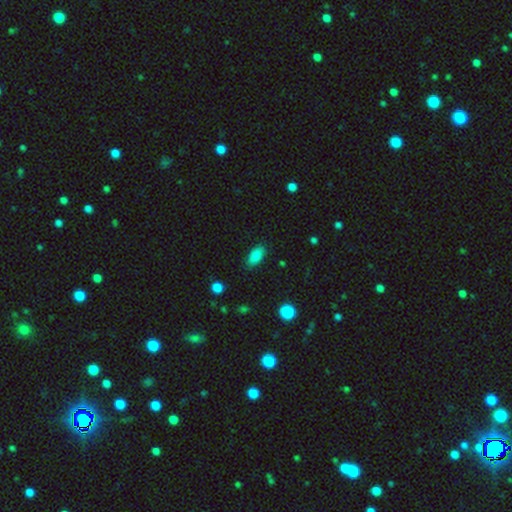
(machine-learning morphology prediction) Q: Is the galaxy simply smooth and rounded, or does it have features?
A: smooth — 85%.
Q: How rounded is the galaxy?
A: in between — 88%.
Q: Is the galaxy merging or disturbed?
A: none — 85%.